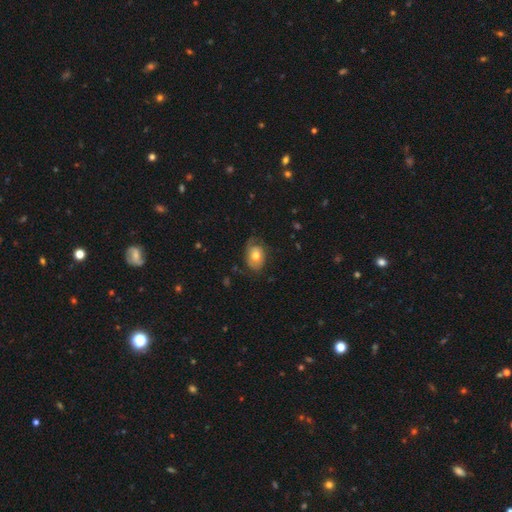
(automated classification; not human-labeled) This appears to be a smooth galaxy with no disk features (59%) that is in between round and cigar-shaped (74%). Merging: none (60%).